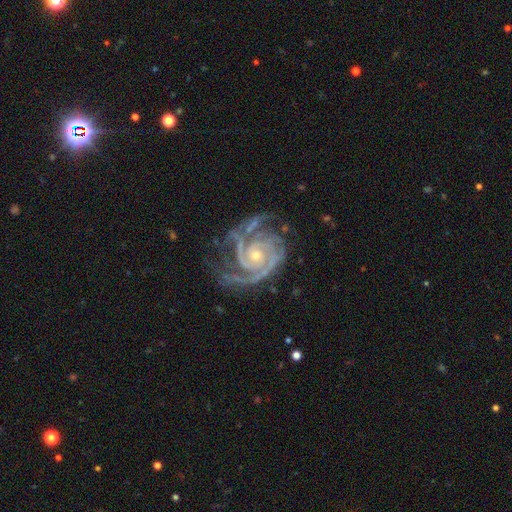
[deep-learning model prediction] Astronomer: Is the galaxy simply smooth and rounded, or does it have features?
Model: featured or disk — 93%.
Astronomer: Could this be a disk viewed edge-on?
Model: no — 98%.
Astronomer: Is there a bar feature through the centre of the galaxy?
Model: no — 71%.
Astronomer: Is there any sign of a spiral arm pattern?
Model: yes — 99%.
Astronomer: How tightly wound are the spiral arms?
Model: tight — 70%.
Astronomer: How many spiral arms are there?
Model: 2 — 40% (runner-up: 3, 33%).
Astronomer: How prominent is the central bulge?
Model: small — 63%.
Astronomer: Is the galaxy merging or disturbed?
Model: none — 63%.